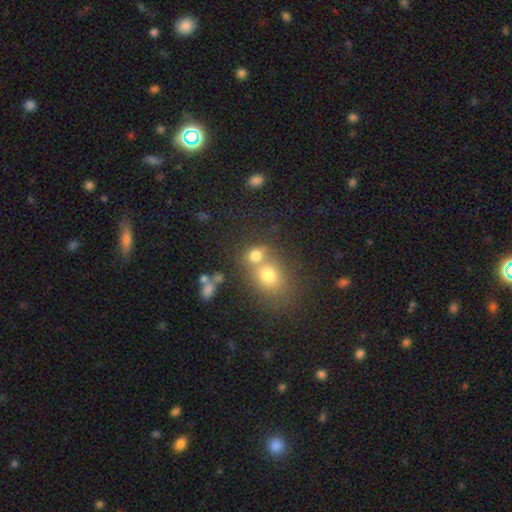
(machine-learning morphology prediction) A smooth galaxy with no disk features (73%) that is round (65%). Merging: merger (48%).